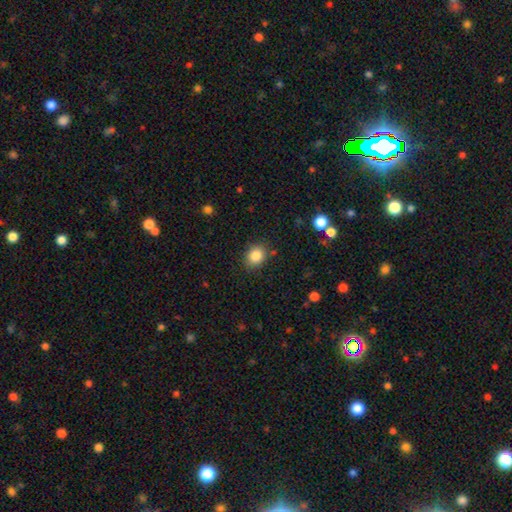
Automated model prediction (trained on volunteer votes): smooth_or_featured: smooth (p=0.85) [alt: star or artifact p=0.09]
how_rounded: round (p=0.60) [alt: in between p=0.39]
merging: none (p=0.85) [alt: minor disturbance p=0.10]